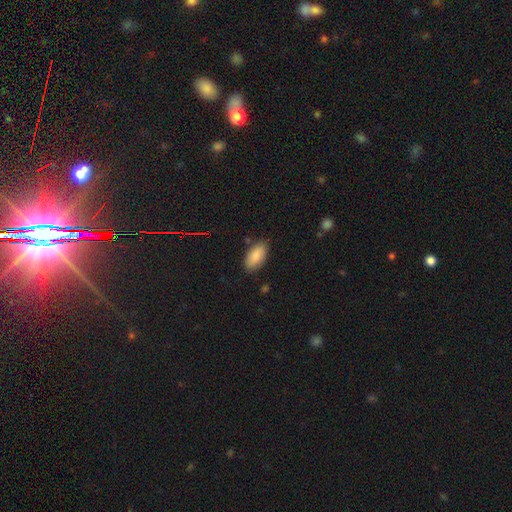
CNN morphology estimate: smooth_or_featured: smooth (p=0.82) [alt: featured or disk p=0.11]
how_rounded: in between (p=0.93) [alt: cigar-shaped p=0.04]
merging: none (p=0.81) [alt: minor disturbance p=0.14]